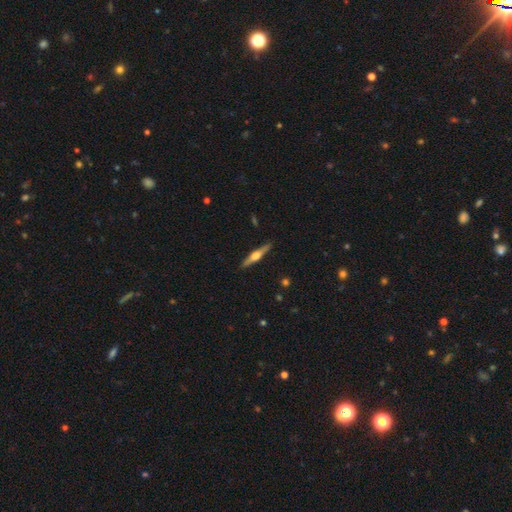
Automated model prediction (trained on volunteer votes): A featured or disk galaxy (72%) viewed edge-on (98%) with a rounded central bulge (94%). Merging: none (91%).